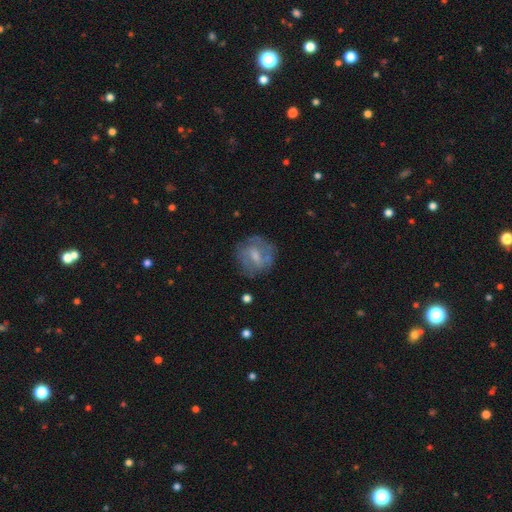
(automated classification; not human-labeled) featured or disk 47%, smooth 44%, star or artifact 8%. Down the decision tree: merging — none (66%).